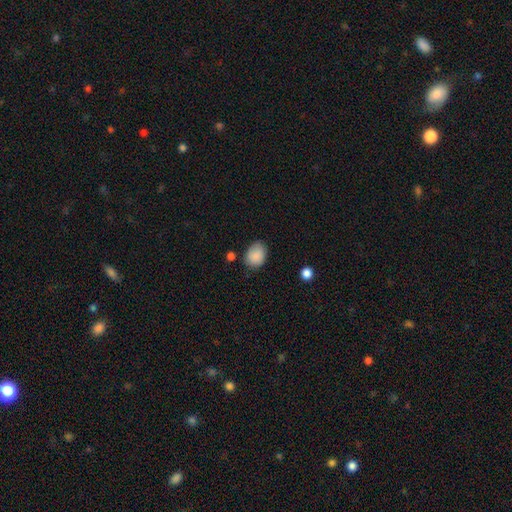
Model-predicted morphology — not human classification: The model was most divided on "how rounded": in between: 64%, round: 35%, cigar-shaped: 1%. More confident: smooth or featured — smooth (88%); merging — none (73%).